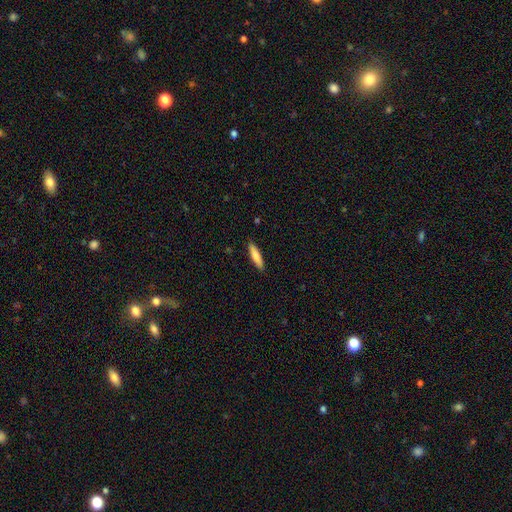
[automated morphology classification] type=smooth (79%); roundness=cigar-shaped (79%); merging=none (89%).